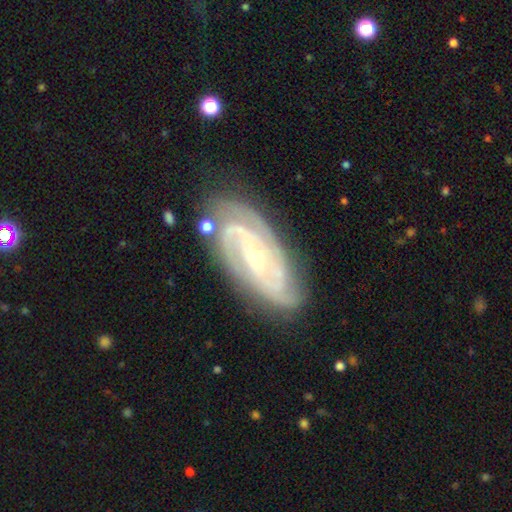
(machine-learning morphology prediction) A featured or disk galaxy (90%) with no bar (55%), 3 (35%) tight (66%) spiral arms (98%) and a small central bulge (75%).

Vote fractions:
- Smooth or featured? featured or disk: 90% / star or artifact: 5% / smooth: 5%
- Edge-on disk? no: 95% / yes: 5%
- Bar? no: 55% / weak: 30% / strong: 16%
- Spiral arms? yes: 98% / no: 2%
- Spiral winding? tight: 66% / medium: 30% / loose: 4%
- Spiral arm count? 3: 35% / 2: 26% / 4: 15% / can't tell: 14% / more than 4: 5% / 1: 5%
- Bulge size? small: 75% / moderate: 22% / none: 1% / large: 1% / dominant: 1%
- Merging? none: 77% / minor disturbance: 16% / major disturbance: 4% / merger: 2%